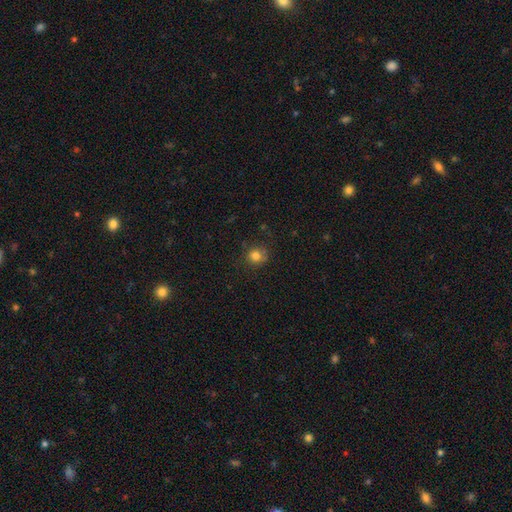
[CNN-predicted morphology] The model was most divided on "merging": none: 78%, minor disturbance: 15%, major disturbance: 5%, merger: 2%. More confident: how rounded — round (88%); smooth or featured — smooth (81%).